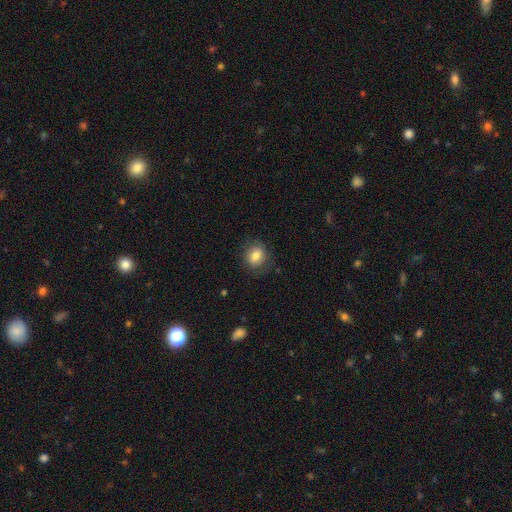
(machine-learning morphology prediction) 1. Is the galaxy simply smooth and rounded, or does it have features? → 80% smooth, 11% featured or disk, 9% star or artifact.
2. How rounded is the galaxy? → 73% round, 26% in between, 1% cigar-shaped.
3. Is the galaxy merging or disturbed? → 82% none, 12% minor disturbance, 4% major disturbance, 1% merger.